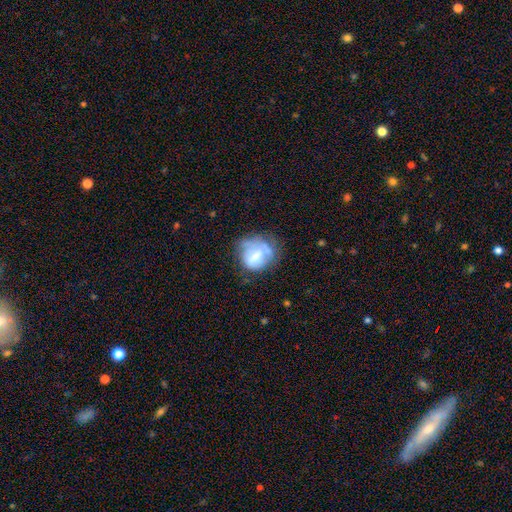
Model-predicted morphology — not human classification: A smooth galaxy with no disk features (48%). Merging: none (39%).